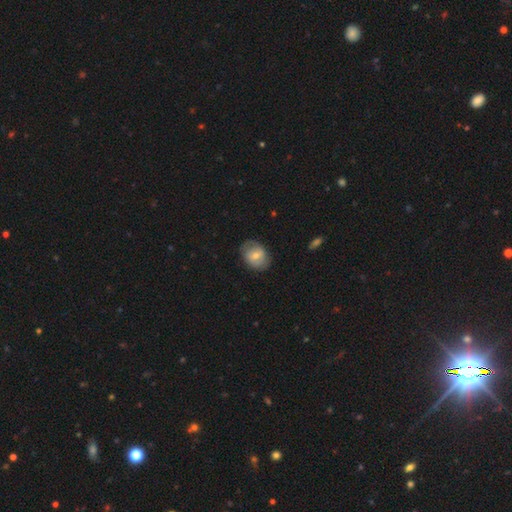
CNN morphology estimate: Overall: smooth (56%; featured or disk 37%). How rounded: in between (62%; round 37%). Merging: none (76%).